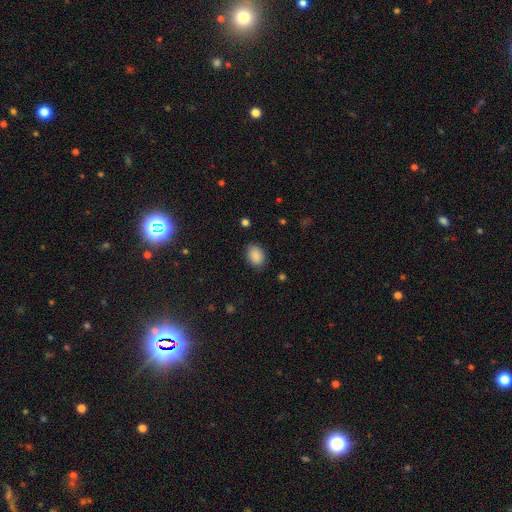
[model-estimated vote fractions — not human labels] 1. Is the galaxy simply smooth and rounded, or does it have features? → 89% smooth, 8% star or artifact, 4% featured or disk.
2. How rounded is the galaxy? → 75% in between, 24% round, 1% cigar-shaped.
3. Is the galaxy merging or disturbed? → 84% none, 12% minor disturbance, 3% major disturbance, 1% merger.